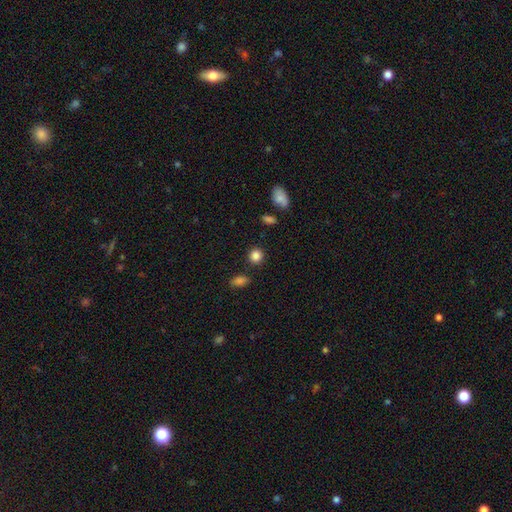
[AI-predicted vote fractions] Smooth or featured?
  - smooth: 86% *
  - star or artifact: 10%
  - featured or disk: 4%
How rounded?
  - round: 85% *
  - in between: 14%
  - cigar-shaped: 1%
Merging?
  - none: 86% *
  - minor disturbance: 8%
  - merger: 3%
  - major disturbance: 3%